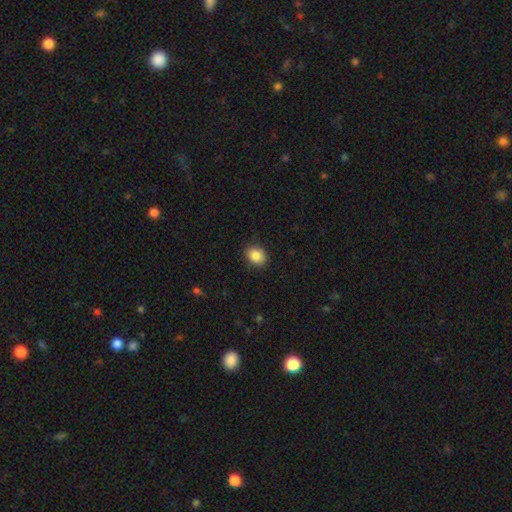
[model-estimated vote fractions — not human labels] Smooth or featured?
  - smooth: 86% *
  - star or artifact: 9%
  - featured or disk: 5%
How rounded?
  - in between: 56% *
  - round: 43%
  - cigar-shaped: 1%
Merging?
  - none: 88% *
  - minor disturbance: 9%
  - major disturbance: 2%
  - merger: 1%